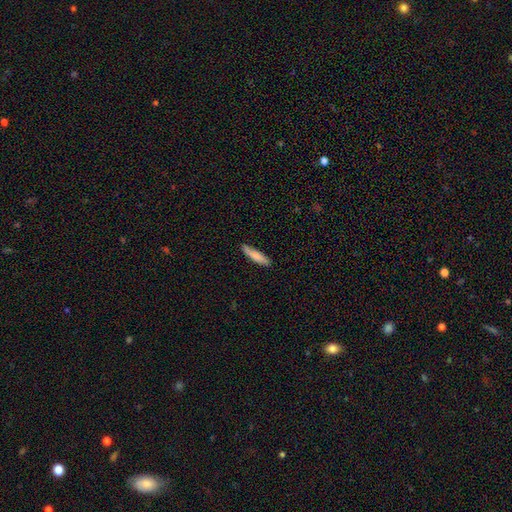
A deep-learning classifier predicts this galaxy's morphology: Q: Smooth or featured?
A: smooth (80%); runner-up: featured or disk (15%)
Q: How rounded?
A: cigar-shaped (84%); runner-up: in between (15%)
Q: Merging?
A: none (87%); runner-up: minor disturbance (10%)